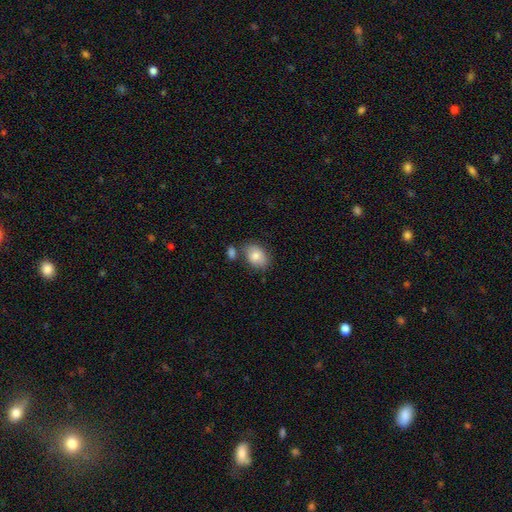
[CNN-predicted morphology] This is clearly a smooth galaxy (82%). How rounded: clearly in between (83%). Merging: likely none (66%).